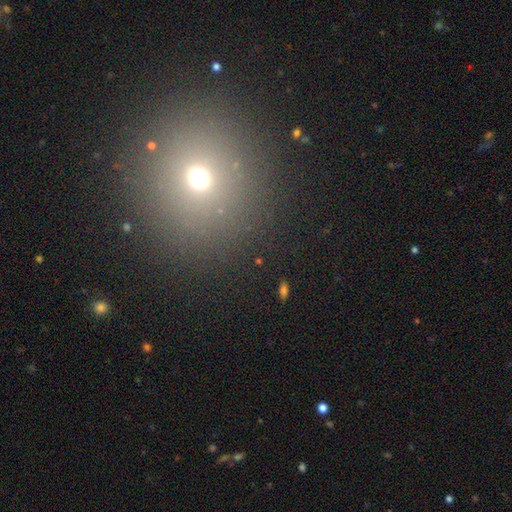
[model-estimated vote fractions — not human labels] The model was most divided on "smooth or featured": smooth: 59%, star or artifact: 33%, featured or disk: 8%. More confident: how rounded — round (93%); merging — none (91%).